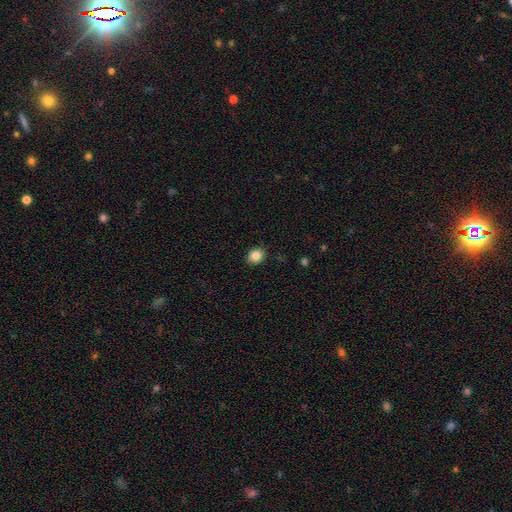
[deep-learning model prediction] smooth-or-featured: smooth: 85% | star or artifact: 9% | featured or disk: 6%
  how-rounded: round: 58% | in between: 41% | cigar-shaped: 1%
  merging: none: 88% | minor disturbance: 9% | major disturbance: 2% | merger: 1%